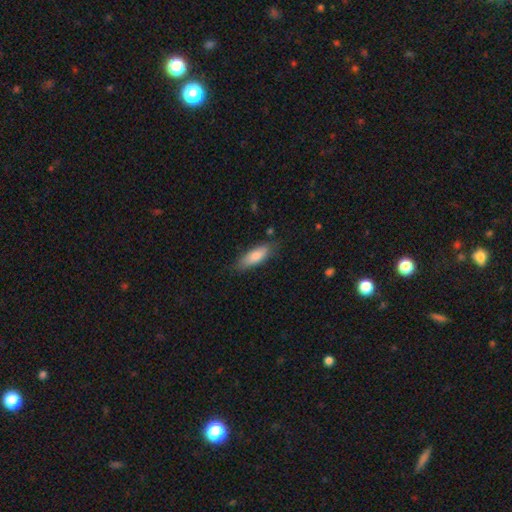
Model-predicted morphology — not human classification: Smooth or featured?
  - smooth: 79% *
  - featured or disk: 15%
  - star or artifact: 6%
How rounded?
  - in between: 56% *
  - cigar-shaped: 43%
  - round: 2%
Merging?
  - none: 79% *
  - minor disturbance: 16%
  - major disturbance: 3%
  - merger: 2%